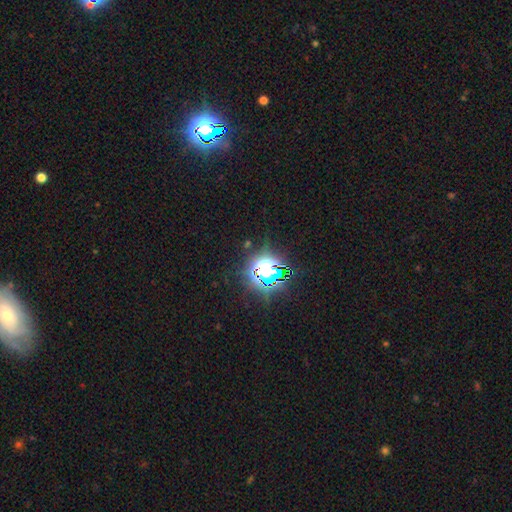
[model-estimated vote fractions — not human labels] Q: Smooth or featured?
A: star or artifact (82%); runner-up: smooth (12%)